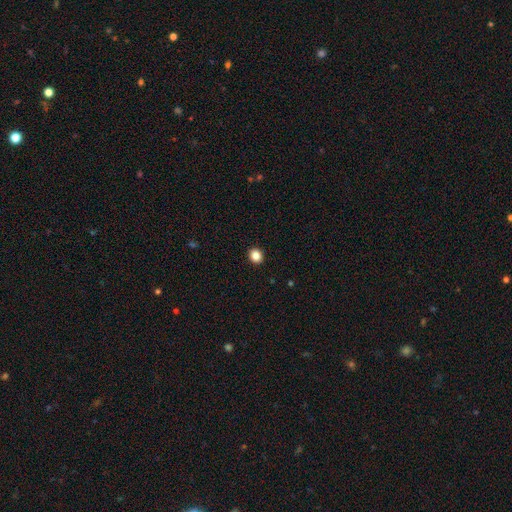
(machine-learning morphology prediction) Q: Smooth or featured?
A: smooth (86%); runner-up: star or artifact (10%)
Q: How rounded?
A: round (75%); runner-up: in between (25%)
Q: Merging?
A: none (92%); runner-up: minor disturbance (5%)